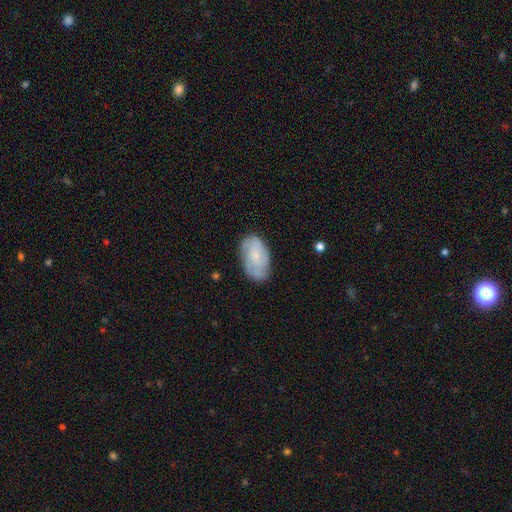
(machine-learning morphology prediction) A featured or disk galaxy (47%).

Vote fractions:
- Smooth or featured? featured or disk: 47% / smooth: 46% / star or artifact: 7%
- Merging? none: 74% / minor disturbance: 20% / major disturbance: 5% / merger: 1%